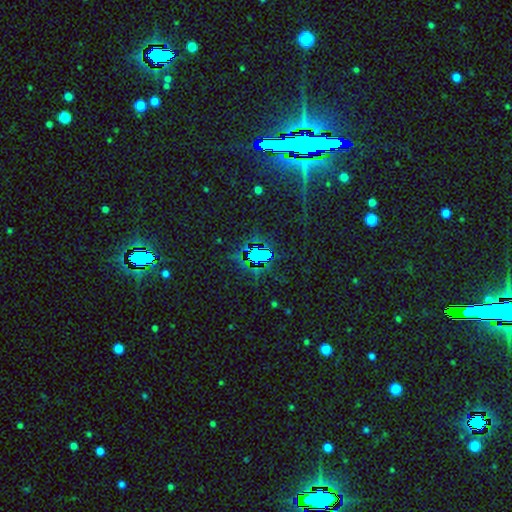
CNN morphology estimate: A star or artifact, not a galaxy (78%).

Vote fractions:
- Smooth or featured? star or artifact: 78% / smooth: 12% / featured or disk: 10%